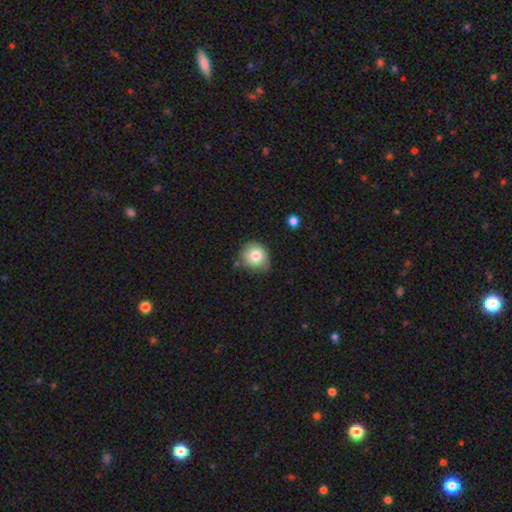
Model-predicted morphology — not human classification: This is likely a smooth galaxy (80%). How rounded: clearly round (84%). Merging: likely none (68%).